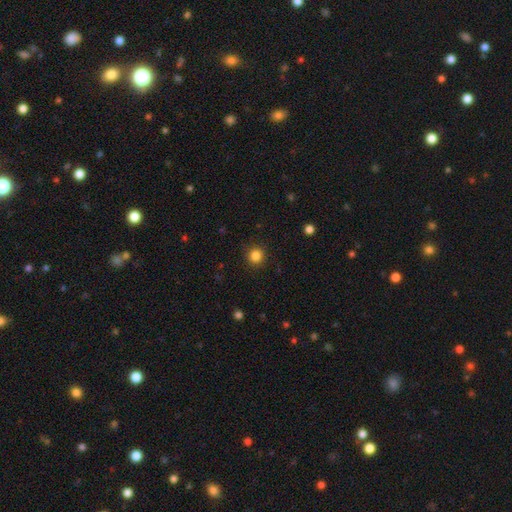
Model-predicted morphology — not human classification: A smooth galaxy with no disk features (85%) that is round (94%). Merging: none (91%).